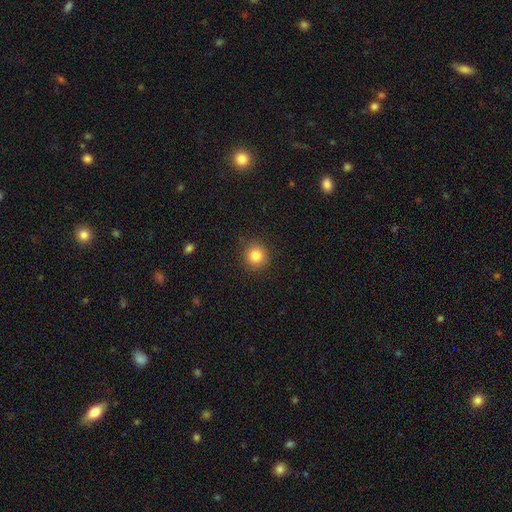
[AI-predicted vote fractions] Overall: smooth (83%). How rounded: round (91%). Merging: none (90%).